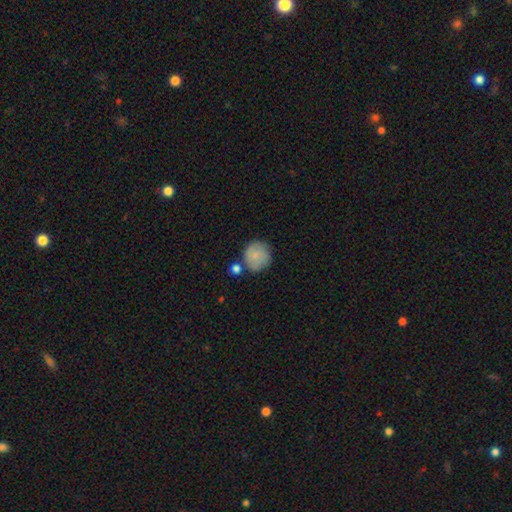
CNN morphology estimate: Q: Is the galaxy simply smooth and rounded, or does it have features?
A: smooth — 79%.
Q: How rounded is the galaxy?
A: round — 90%.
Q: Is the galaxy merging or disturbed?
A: none — 63%.